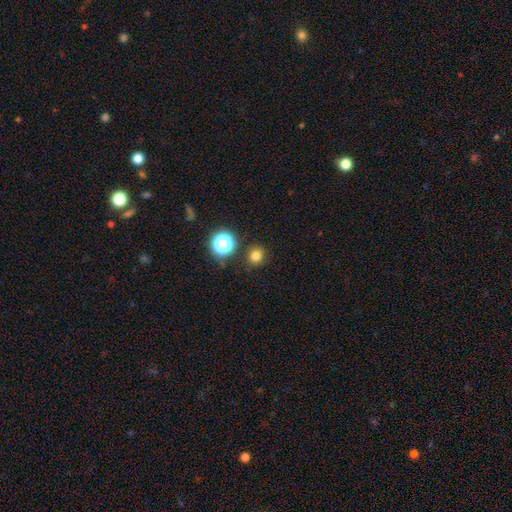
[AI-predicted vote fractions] Q: Smooth or featured?
A: smooth (78%); runner-up: star or artifact (17%)
Q: How rounded?
A: round (85%); runner-up: in between (14%)
Q: Merging?
A: none (87%); runner-up: minor disturbance (8%)